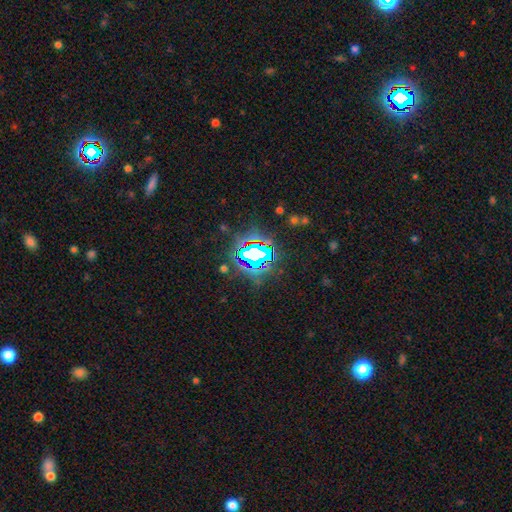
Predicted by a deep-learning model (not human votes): Smooth or featured? Predicted: star or artifact (p=0.75).